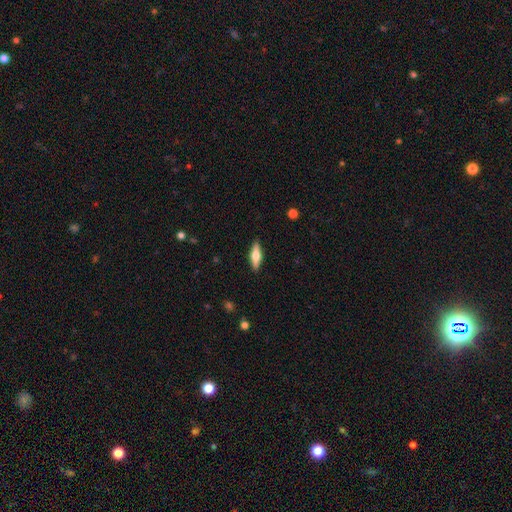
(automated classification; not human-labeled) Smooth or featured?
  - smooth: 48% *
  - featured or disk: 46%
  - star or artifact: 6%
Merging?
  - none: 90% *
  - minor disturbance: 8%
  - major disturbance: 2%
  - merger: 1%